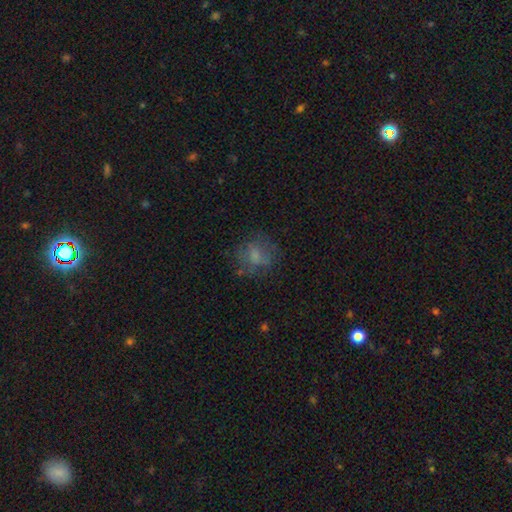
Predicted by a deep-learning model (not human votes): smooth-or-featured: smooth: 60% | featured or disk: 27% | star or artifact: 13%
  how-rounded: round: 67% | in between: 31% | cigar-shaped: 1%
  merging: none: 63% | minor disturbance: 19% | major disturbance: 16% | merger: 2%